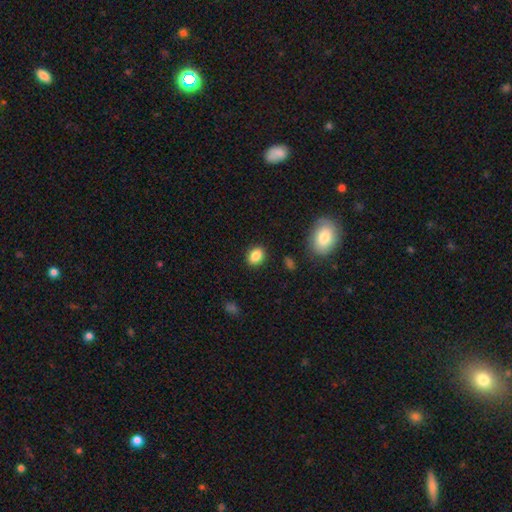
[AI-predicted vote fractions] The model was most divided on "how rounded": in between: 59%, round: 40%, cigar-shaped: 1%. More confident: merging — none (87%); smooth or featured — smooth (86%).